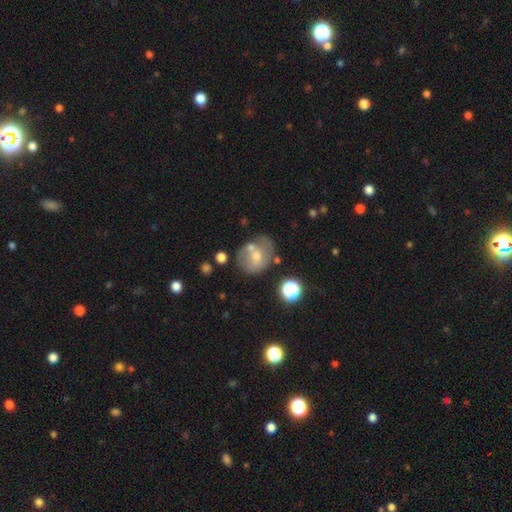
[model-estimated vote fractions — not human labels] Smooth or featured?
  - smooth: 47% *
  - featured or disk: 42%
  - star or artifact: 11%
Merging?
  - none: 50% *
  - minor disturbance: 21%
  - merger: 18%
  - major disturbance: 11%